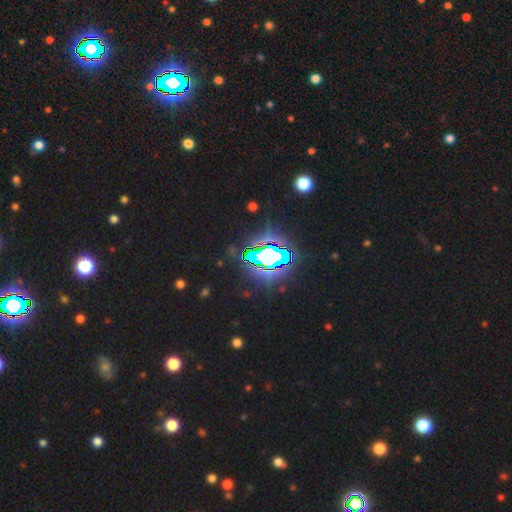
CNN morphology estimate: Q: Smooth or featured?
A: star or artifact (84%); runner-up: smooth (9%)